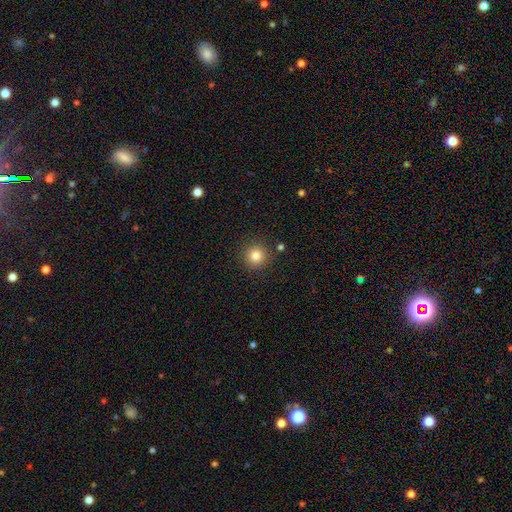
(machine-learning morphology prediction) Smooth or featured? Predicted: smooth (p=0.82). How rounded? Predicted: round (p=0.95). Merging? Predicted: none (p=0.88).